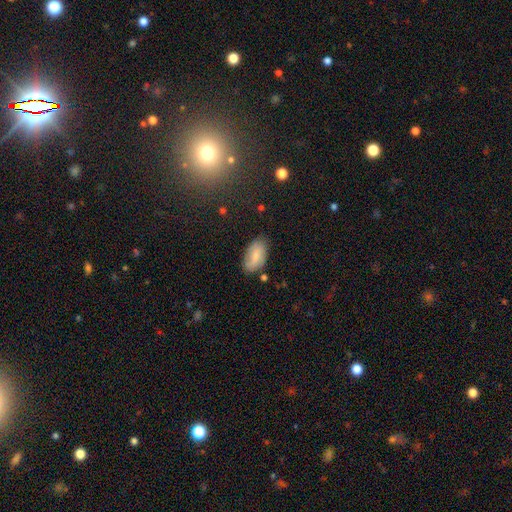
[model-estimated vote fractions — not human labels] smooth-or-featured: smooth: 73% | featured or disk: 19% | star or artifact: 7%
  how-rounded: in between: 94% | round: 4% | cigar-shaped: 2%
  merging: none: 73% | minor disturbance: 20% | major disturbance: 4% | merger: 3%